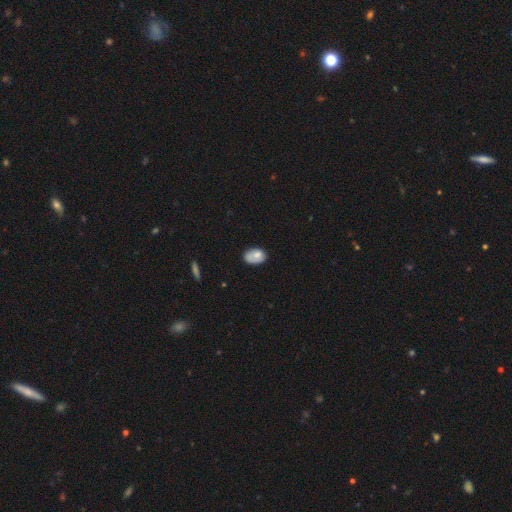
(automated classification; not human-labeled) This appears to be a smooth galaxy with no disk features (74%) that is in between round and cigar-shaped (84%). Merging: none (62%).